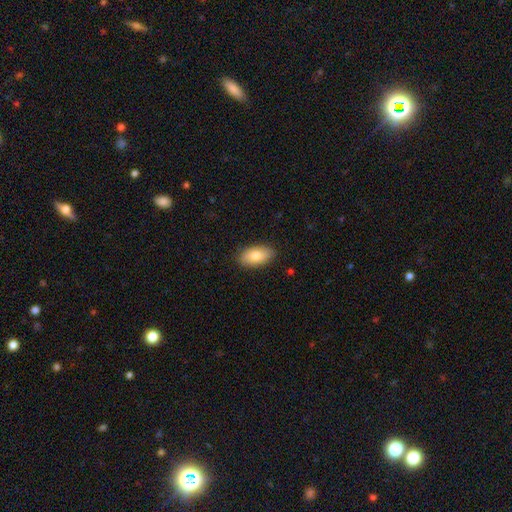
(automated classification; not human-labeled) Smooth or featured?
  - smooth: 81% *
  - featured or disk: 13%
  - star or artifact: 6%
How rounded?
  - in between: 93% *
  - cigar-shaped: 4%
  - round: 3%
Merging?
  - none: 87% *
  - minor disturbance: 10%
  - major disturbance: 2%
  - merger: 1%